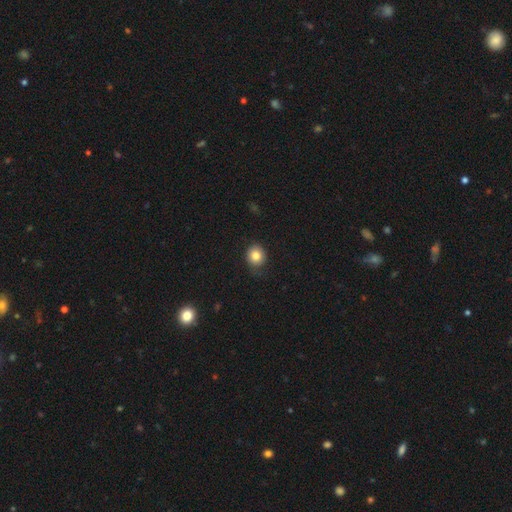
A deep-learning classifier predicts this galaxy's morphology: type=smooth (82%); roundness=round (81%); merging=none (75%).